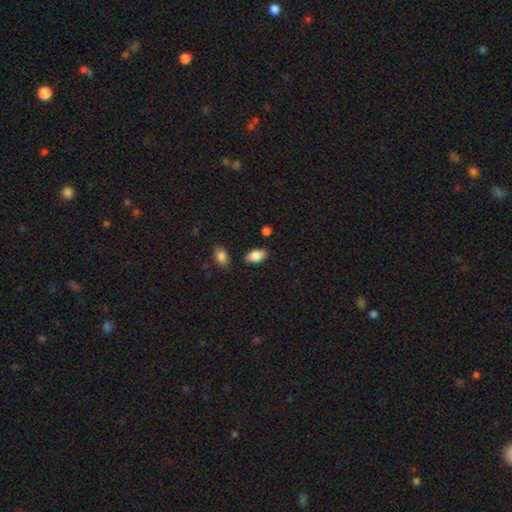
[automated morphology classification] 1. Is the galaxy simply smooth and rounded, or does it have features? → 87% smooth, 7% star or artifact, 6% featured or disk.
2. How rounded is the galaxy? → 92% in between, 4% round, 3% cigar-shaped.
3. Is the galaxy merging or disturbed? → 82% none, 12% minor disturbance, 3% merger, 3% major disturbance.